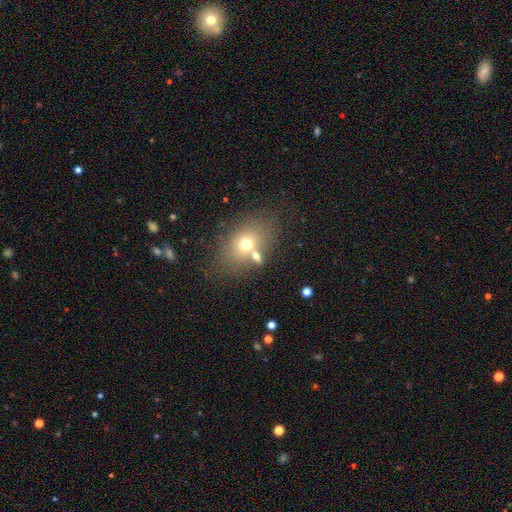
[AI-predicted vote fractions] smooth_or_featured: smooth (p=0.66) [alt: featured or disk p=0.20]
how_rounded: in between (p=0.71) [alt: round p=0.27]
merging: none (p=0.56) [alt: merger p=0.25]